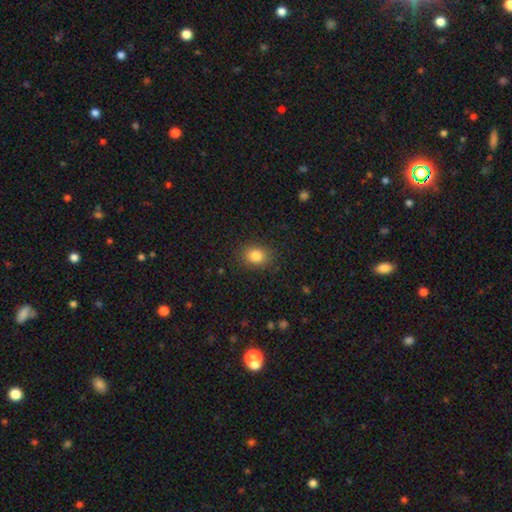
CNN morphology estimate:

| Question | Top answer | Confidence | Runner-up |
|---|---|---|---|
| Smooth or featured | smooth | 84% | star or artifact (11%) |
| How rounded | in between | 53% | round (46%) |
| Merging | none | 87% | minor disturbance (9%) |